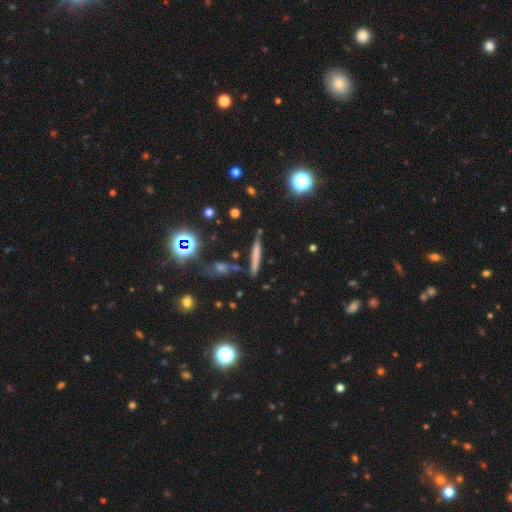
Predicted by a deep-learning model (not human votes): Morphology: type=smooth (57%); roundness=cigar-shaped (92%); merging=none (79%).